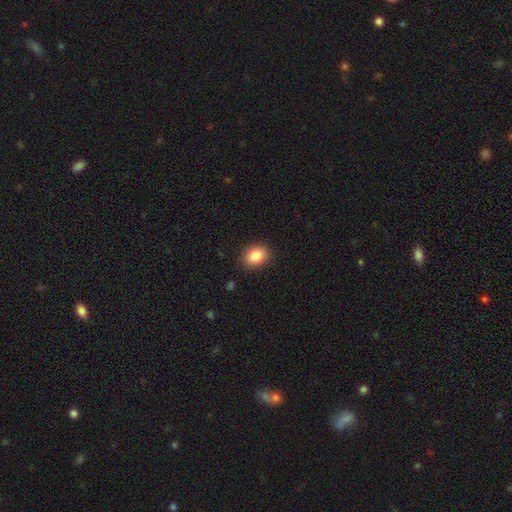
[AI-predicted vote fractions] A smooth galaxy with no disk features (85%) that is in between round and cigar-shaped (58%).

Vote fractions:
- Smooth or featured? smooth: 85% / star or artifact: 8% / featured or disk: 7%
- How rounded? in between: 58% / round: 41% / cigar-shaped: 1%
- Merging? none: 89% / minor disturbance: 8% / major disturbance: 2% / merger: 1%